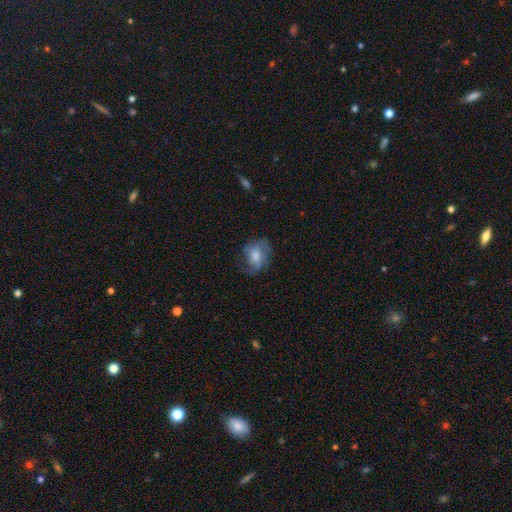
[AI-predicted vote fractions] This is possibly a smooth galaxy (54%). How rounded: likely in between (61%). Merging: possibly none (51%).